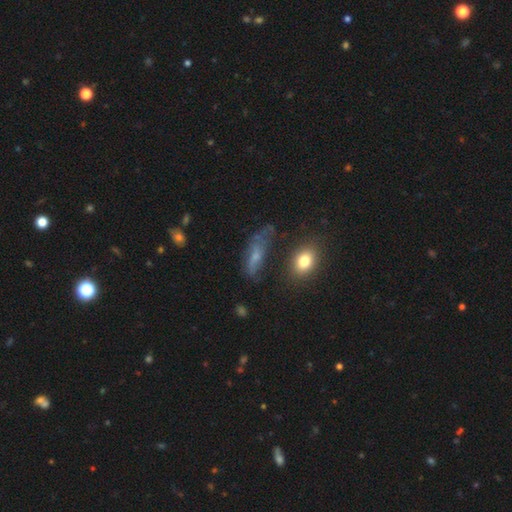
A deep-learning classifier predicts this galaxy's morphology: Smooth or featured: smooth — 47% (featured or disk — 36%)
Merging: none — 46% (minor disturbance — 27%)